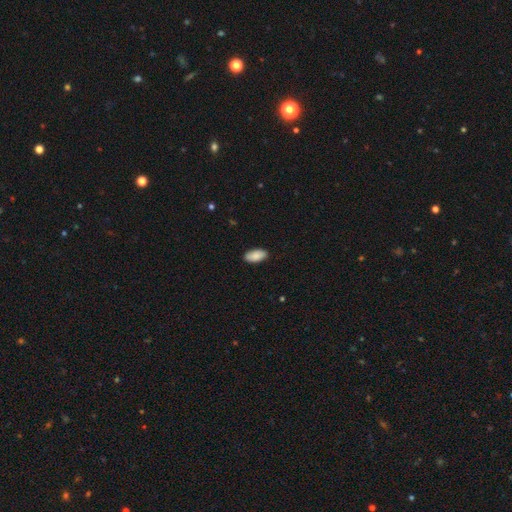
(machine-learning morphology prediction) Smooth or featured?
  - smooth: 89% *
  - star or artifact: 6%
  - featured or disk: 5%
How rounded?
  - in between: 94% *
  - cigar-shaped: 4%
  - round: 2%
Merging?
  - none: 89% *
  - minor disturbance: 8%
  - major disturbance: 2%
  - merger: 1%